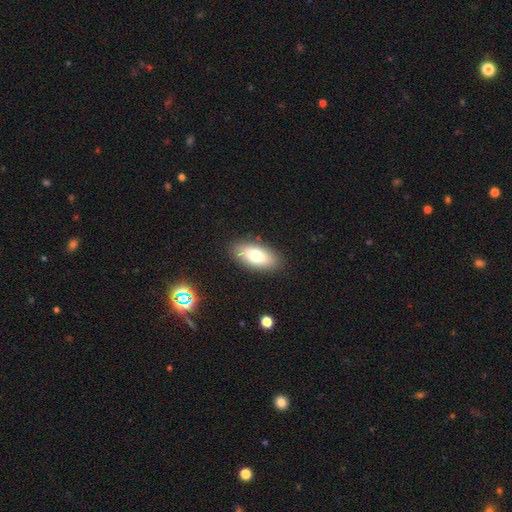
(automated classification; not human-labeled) Smooth or featured? Predicted: smooth (p=0.73). How rounded? Predicted: in between (p=0.89). Merging? Predicted: none (p=0.87).